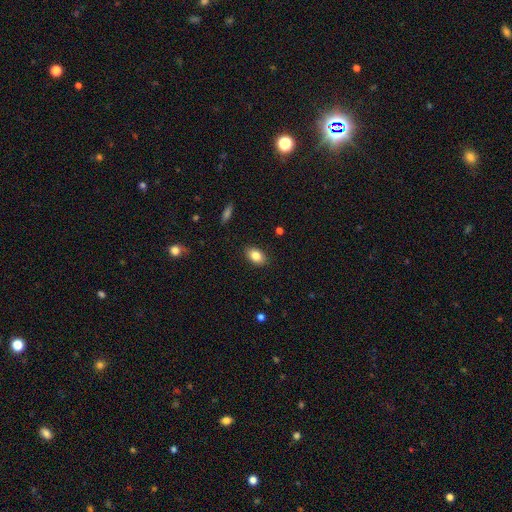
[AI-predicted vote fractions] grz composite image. It shows a smooth galaxy with no disk features (84%) that is in between round and cigar-shaped (85%). Merging: none (88%).